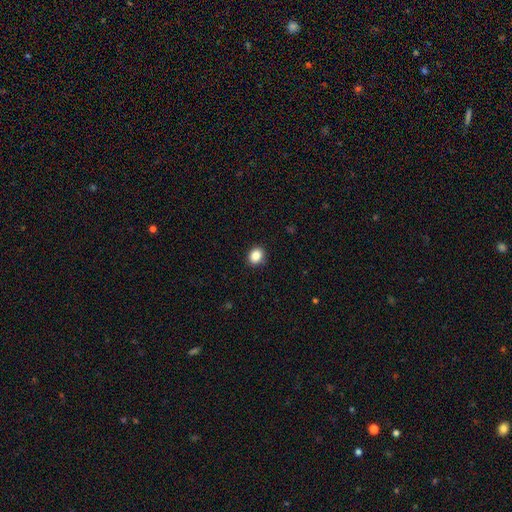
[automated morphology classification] A smooth galaxy with no disk features (87%) that is round (57%). Merging: none (89%).